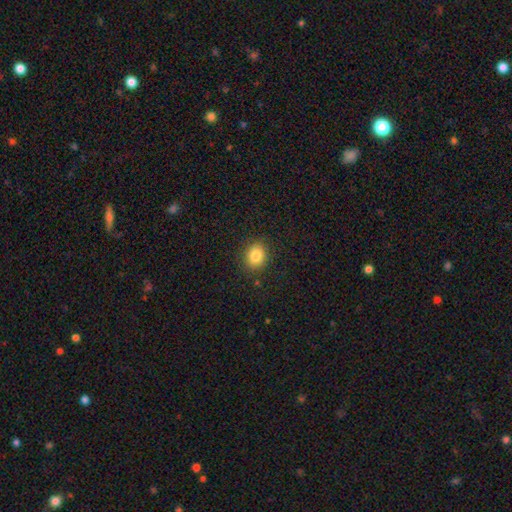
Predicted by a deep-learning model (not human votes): Smooth or featured? Predicted: smooth (p=0.84). How rounded? Predicted: round (p=0.66). Merging? Predicted: none (p=0.88).